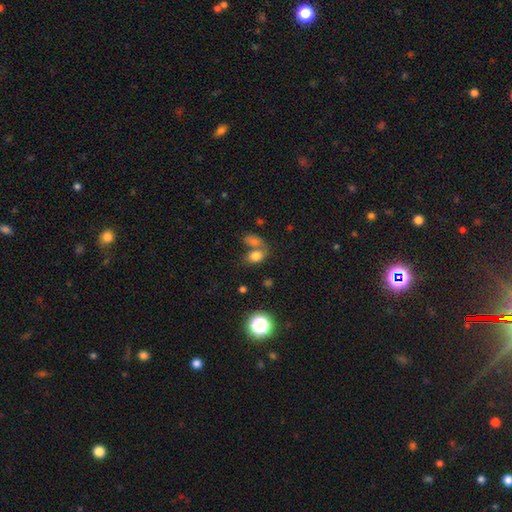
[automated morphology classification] A smooth galaxy with no disk features (75%) that is in between round and cigar-shaped (75%).

Vote fractions:
- Smooth or featured? smooth: 75% / star or artifact: 14% / featured or disk: 11%
- How rounded? in between: 75% / round: 24% / cigar-shaped: 2%
- Merging? merger: 48% / none: 36% / minor disturbance: 10% / major disturbance: 6%